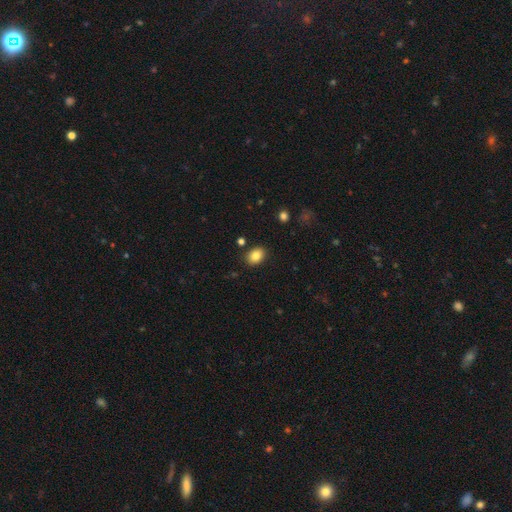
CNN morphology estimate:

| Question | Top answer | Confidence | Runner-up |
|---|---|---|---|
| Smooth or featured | smooth | 84% | star or artifact (9%) |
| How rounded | in between | 73% | round (26%) |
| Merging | none | 86% | minor disturbance (9%) |